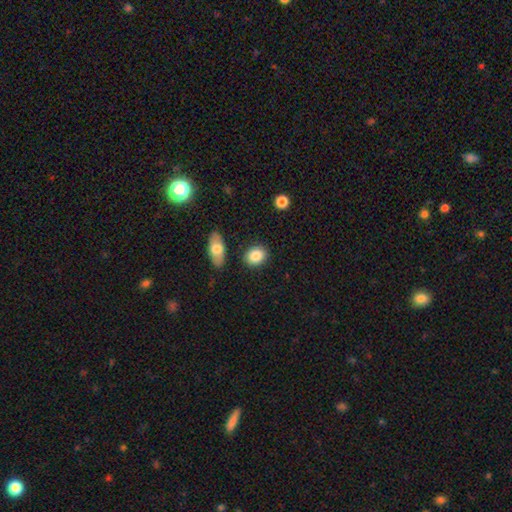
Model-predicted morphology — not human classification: Smooth or featured? smooth (86%)
How rounded? in between (61%)
Merging? none (84%)